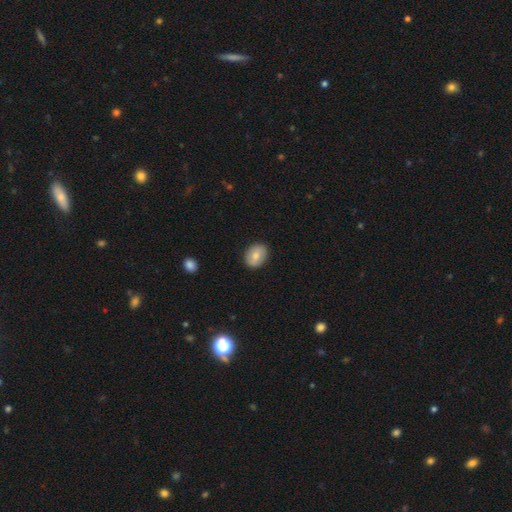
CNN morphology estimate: A smooth galaxy with no disk features (73%) that is in between round and cigar-shaped (53%). Merging: none (88%).